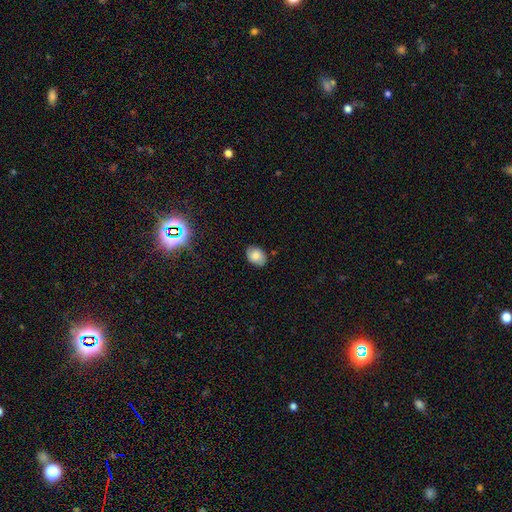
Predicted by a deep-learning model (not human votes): Morphology: type=smooth (77%); roundness=in between (71%); merging=none (82%).